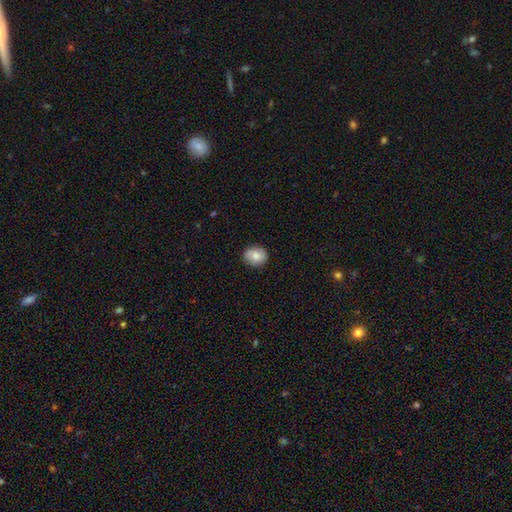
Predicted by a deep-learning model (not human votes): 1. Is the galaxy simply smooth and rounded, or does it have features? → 78% smooth, 14% featured or disk, 8% star or artifact.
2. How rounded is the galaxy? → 62% round, 37% in between, 1% cigar-shaped.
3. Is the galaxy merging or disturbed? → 84% none, 13% minor disturbance, 2% major disturbance, 1% merger.